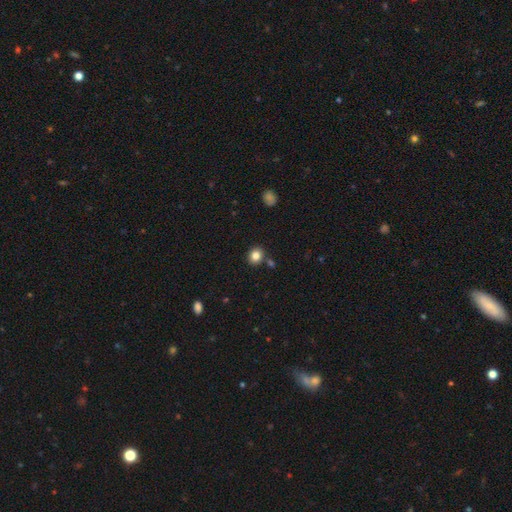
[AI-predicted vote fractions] Morphology: type=smooth (83%); roundness=round (67%); merging=none (81%).